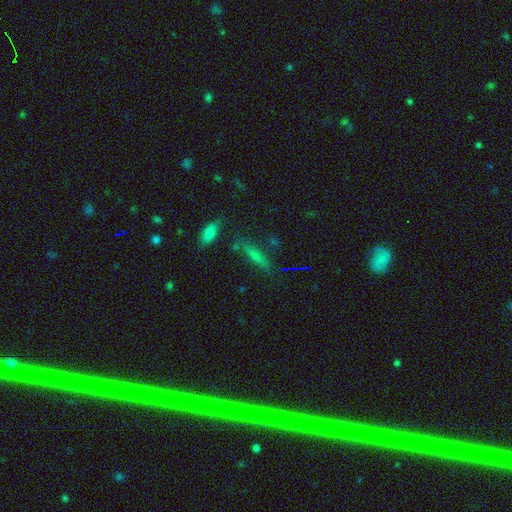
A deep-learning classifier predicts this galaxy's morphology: A smooth galaxy with no disk features (58%) that is cigar-shaped (77%). Merging: none (76%).